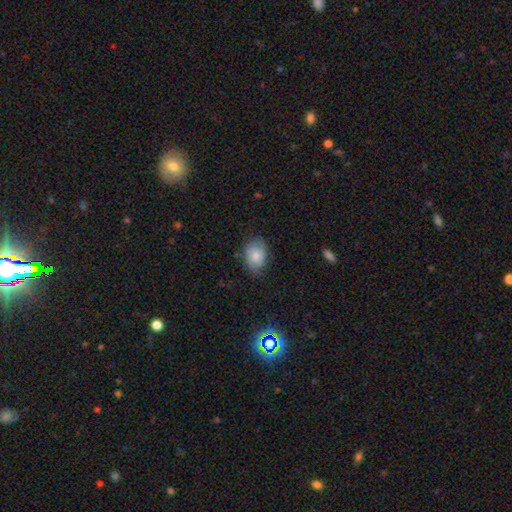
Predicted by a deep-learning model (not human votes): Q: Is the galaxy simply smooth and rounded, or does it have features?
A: smooth — 71%.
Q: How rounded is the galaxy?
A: in between — 80%.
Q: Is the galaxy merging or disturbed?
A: none — 68%.